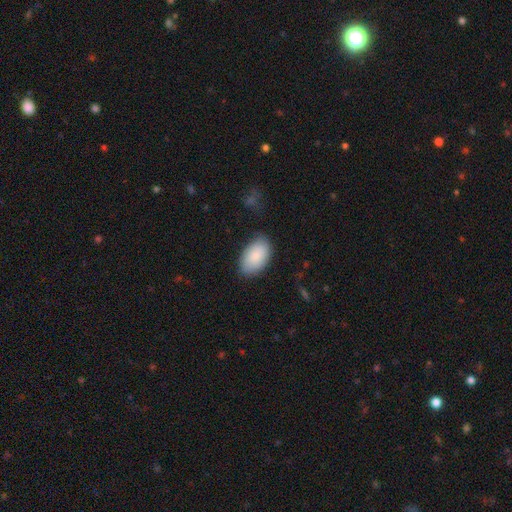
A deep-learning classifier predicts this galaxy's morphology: This appears to be a smooth galaxy with no disk features (86%) that is in between round and cigar-shaped (94%). Merging: none (79%).